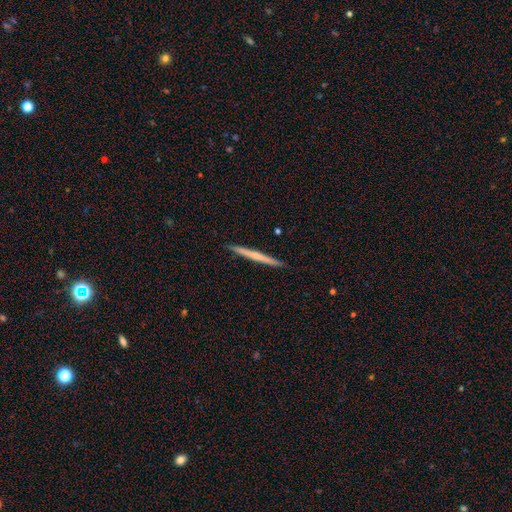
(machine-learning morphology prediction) smooth_or_featured: featured or disk (p=0.49) [alt: smooth p=0.46]
merging: none (p=0.93) [alt: minor disturbance p=0.05]